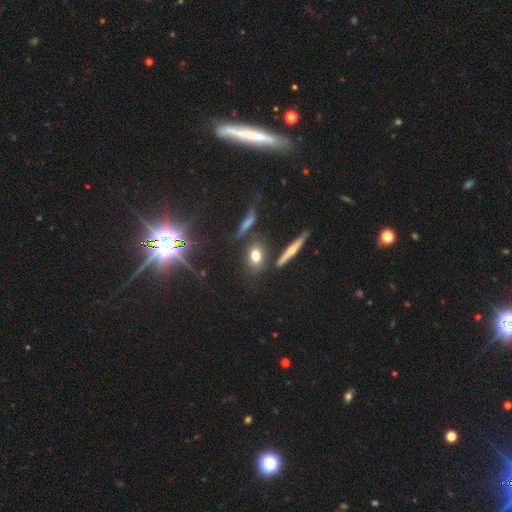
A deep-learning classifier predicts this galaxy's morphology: smooth-or-featured: smooth: 71% | featured or disk: 15% | star or artifact: 14%
  how-rounded: in between: 60% | round: 33% | cigar-shaped: 7%
  merging: none: 74% | minor disturbance: 13% | merger: 9% | major disturbance: 5%